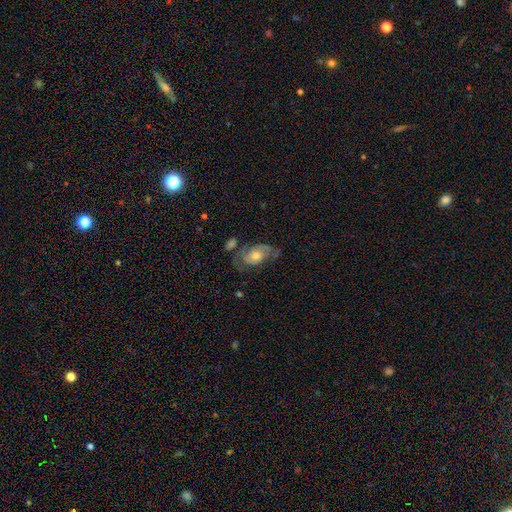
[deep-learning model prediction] This is likely a featured or disk galaxy (71%). It is clearly not viewed edge-on (95%). Bar: likely no (76%). Spiral arm pattern: clearly yes (84%). Spiral arm count: likely 2 (68%). Spiral winding: marginally medium (43%). Central bulge: likely moderate (62%). Merging: possibly none (51%).